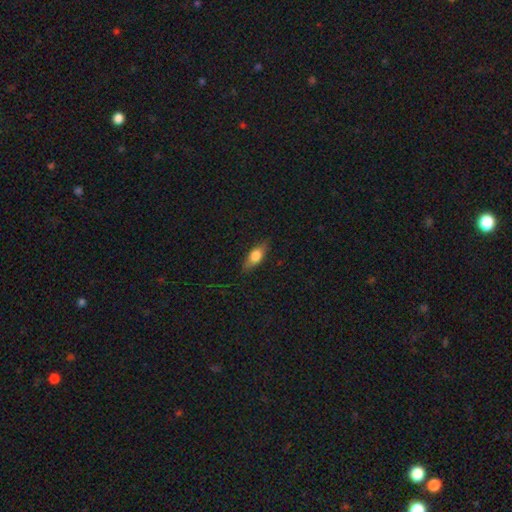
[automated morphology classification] This appears to be a smooth galaxy with no disk features (70%) that is in between round and cigar-shaped (75%). Merging: none (82%).